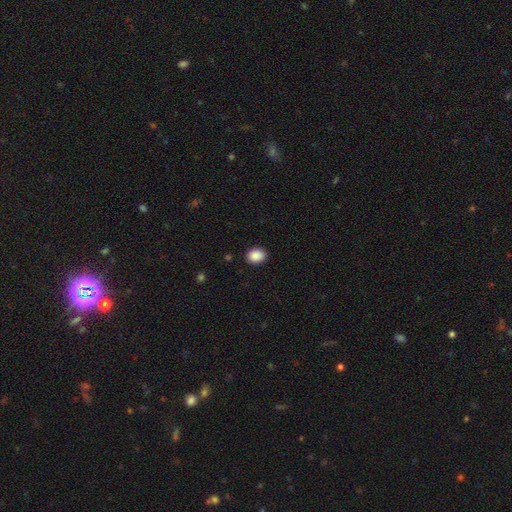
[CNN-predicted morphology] The model was most divided on "how rounded": in between: 55%, round: 44%, cigar-shaped: 1%. More confident: smooth or featured — smooth (90%); merging — none (89%).